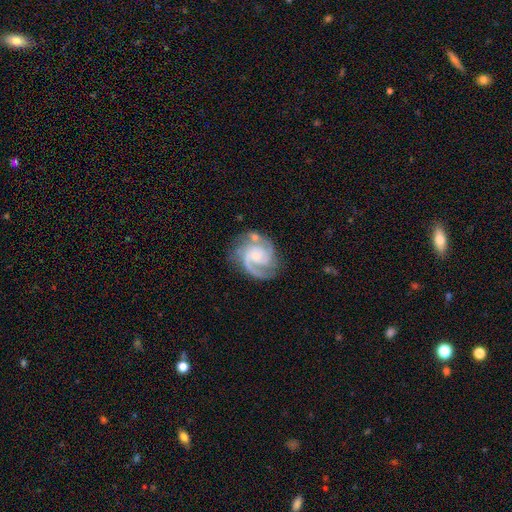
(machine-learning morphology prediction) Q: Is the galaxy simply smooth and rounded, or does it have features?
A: featured or disk — 90%.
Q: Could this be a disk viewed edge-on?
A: no — 98%.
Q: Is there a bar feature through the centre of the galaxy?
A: no — 59%.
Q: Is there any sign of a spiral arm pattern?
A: yes — 98%.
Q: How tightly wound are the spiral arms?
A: medium — 49%.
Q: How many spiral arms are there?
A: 2 — 56%.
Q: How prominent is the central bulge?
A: small — 61%.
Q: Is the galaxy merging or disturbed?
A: none — 65%.